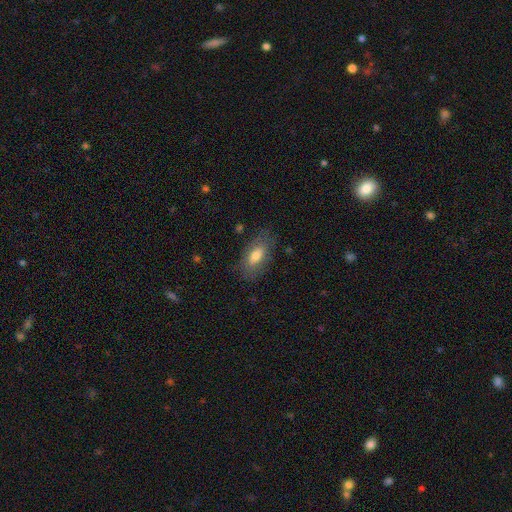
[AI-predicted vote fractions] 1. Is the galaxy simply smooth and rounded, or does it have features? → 74% smooth, 20% featured or disk, 7% star or artifact.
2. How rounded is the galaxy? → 88% in between, 8% cigar-shaped, 4% round.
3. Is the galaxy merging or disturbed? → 76% none, 16% minor disturbance, 6% major disturbance, 1% merger.